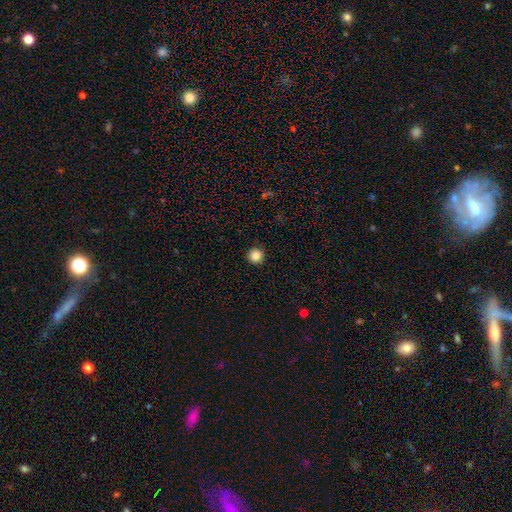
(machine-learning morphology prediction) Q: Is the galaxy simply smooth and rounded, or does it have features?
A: smooth — 85%.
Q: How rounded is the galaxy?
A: round — 95%.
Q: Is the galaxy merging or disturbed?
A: none — 92%.